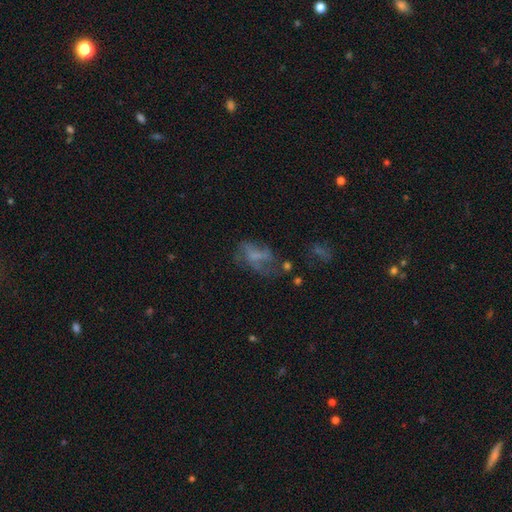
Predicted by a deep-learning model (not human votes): Morphology: type=featured or disk (48%); merging=major disturbance (40%).